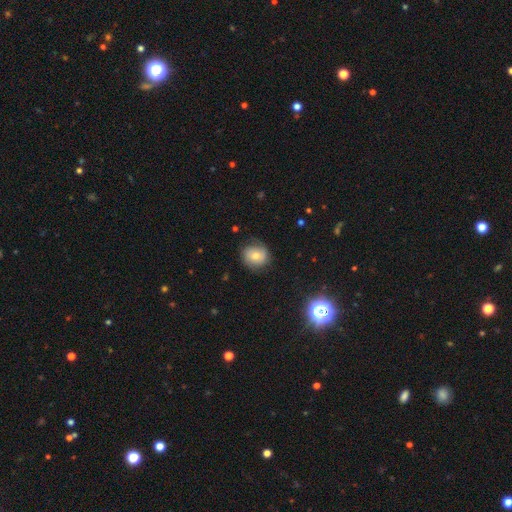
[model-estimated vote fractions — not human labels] smooth_or_featured: smooth (p=0.60) [alt: featured or disk p=0.29]
how_rounded: round (p=0.81) [alt: in between p=0.18]
merging: none (p=0.74) [alt: minor disturbance p=0.19]